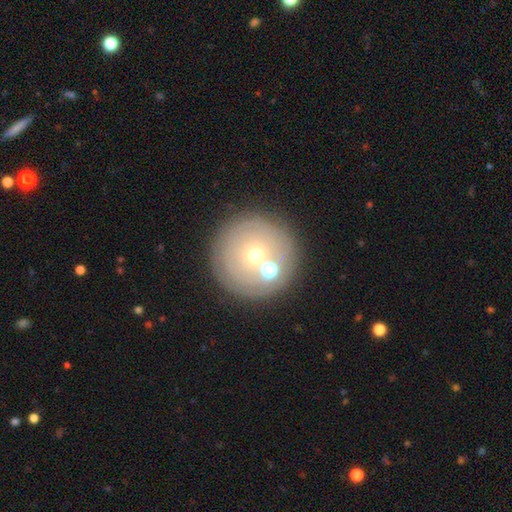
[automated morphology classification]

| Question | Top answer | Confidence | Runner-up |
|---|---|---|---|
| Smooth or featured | smooth | 48% | featured or disk (36%) |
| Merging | none | 73% | merger (13%) |